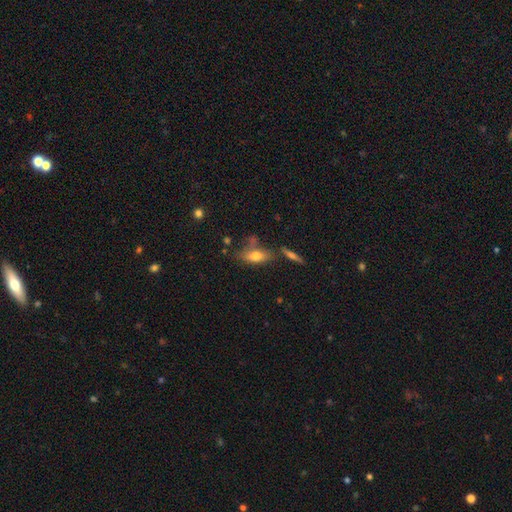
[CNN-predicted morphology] The model was most divided on "merging": none: 58%, minor disturbance: 20%, merger: 15%, major disturbance: 8%. More confident: how rounded — in between (73%); smooth or featured — smooth (69%).